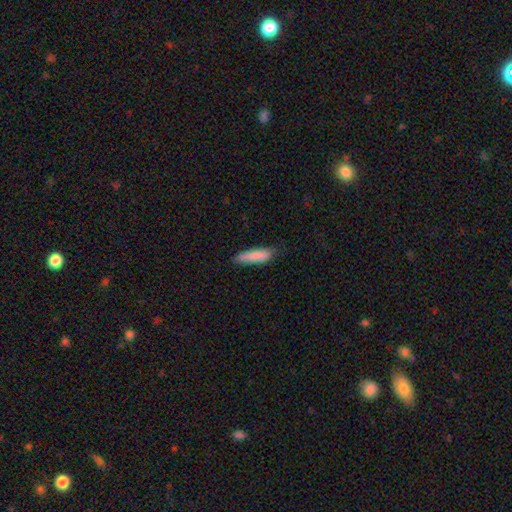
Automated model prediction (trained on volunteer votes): smooth_or_featured: smooth (p=0.87) [alt: featured or disk p=0.07]
how_rounded: cigar-shaped (p=0.68) [alt: in between p=0.31]
merging: none (p=0.77) [alt: minor disturbance p=0.19]